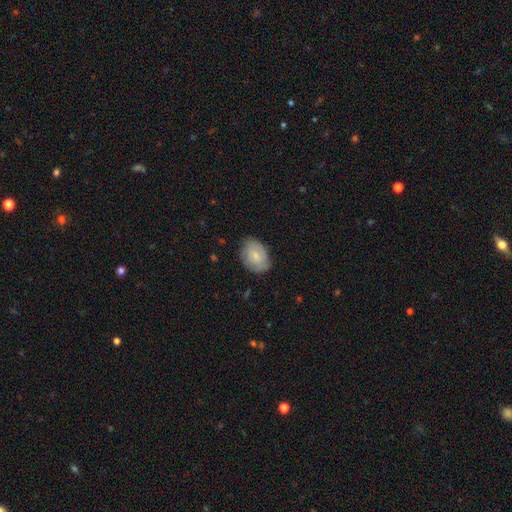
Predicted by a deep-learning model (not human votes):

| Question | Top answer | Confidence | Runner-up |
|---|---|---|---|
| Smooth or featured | smooth | 64% | featured or disk (30%) |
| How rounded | in between | 72% | round (26%) |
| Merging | none | 71% | minor disturbance (23%) |